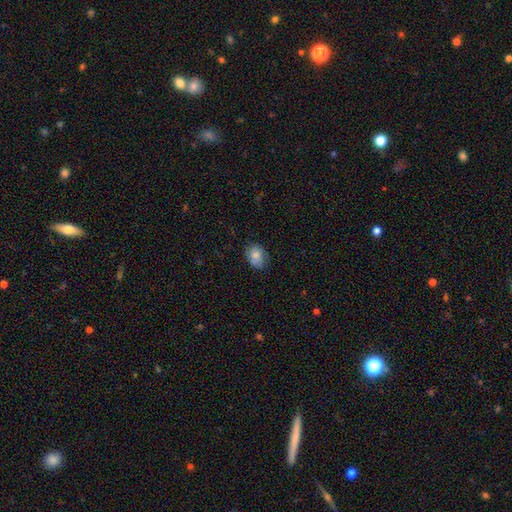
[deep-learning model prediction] A smooth galaxy with no disk features (79%) that is in between round and cigar-shaped (63%). Merging: none (72%).